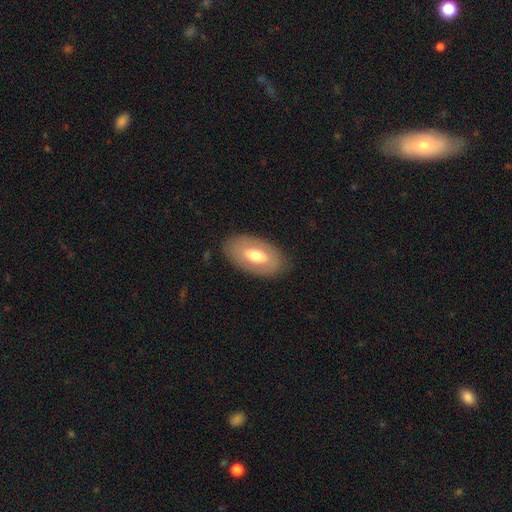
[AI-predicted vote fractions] A smooth galaxy with no disk features (56%) that is in between round and cigar-shaped (93%). Merging: none (84%).